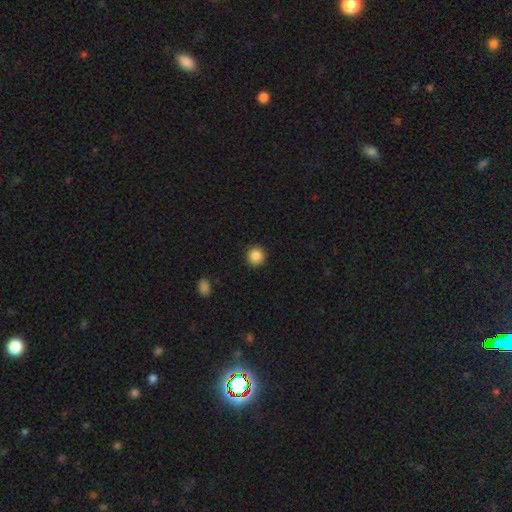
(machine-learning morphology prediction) Q: Smooth or featured?
A: smooth (87%); runner-up: star or artifact (10%)
Q: How rounded?
A: round (94%); runner-up: in between (5%)
Q: Merging?
A: none (92%); runner-up: minor disturbance (5%)